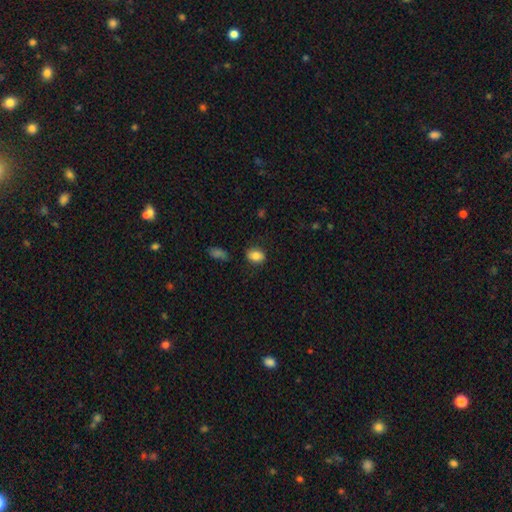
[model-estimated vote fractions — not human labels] smooth_or_featured: smooth (p=0.85) [alt: star or artifact p=0.09]
how_rounded: in between (p=0.72) [alt: round p=0.27]
merging: none (p=0.82) [alt: minor disturbance p=0.13]